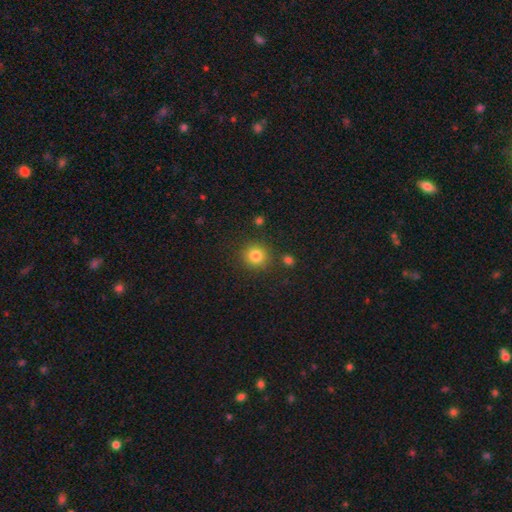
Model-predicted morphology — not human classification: A smooth galaxy with no disk features (82%) that is round (92%).

Vote fractions:
- Smooth or featured? smooth: 82% / star or artifact: 12% / featured or disk: 6%
- How rounded? round: 92% / in between: 7% / cigar-shaped: 1%
- Merging? none: 87% / minor disturbance: 7% / merger: 3% / major disturbance: 3%